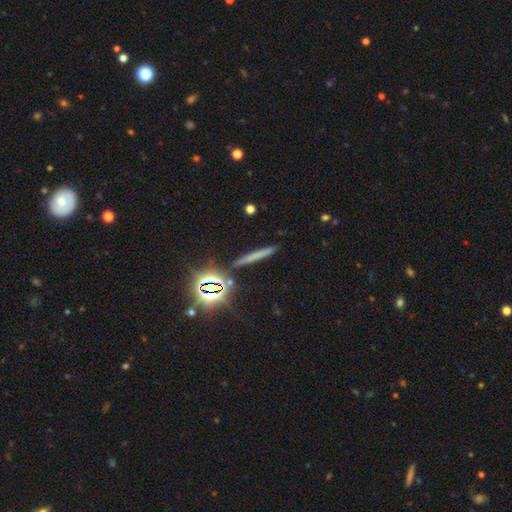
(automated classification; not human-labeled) Smooth or featured?
  - smooth: 53% *
  - featured or disk: 24%
  - star or artifact: 23%
How rounded?
  - cigar-shaped: 92% *
  - round: 4%
  - in between: 4%
Merging?
  - none: 87% *
  - minor disturbance: 8%
  - merger: 3%
  - major disturbance: 2%